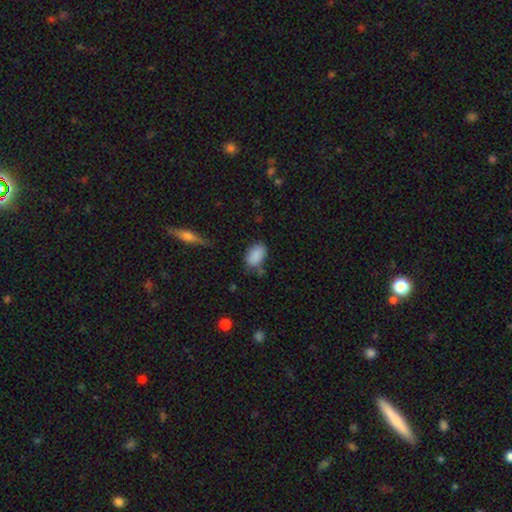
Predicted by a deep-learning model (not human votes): This appears to be a smooth galaxy with no disk features (87%) that is in between round and cigar-shaped (91%). Merging: none (65%).